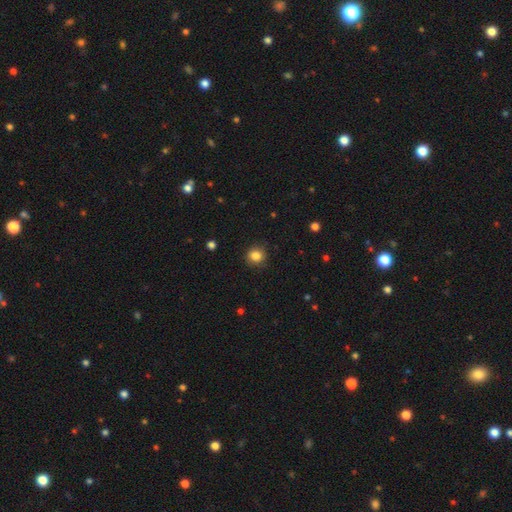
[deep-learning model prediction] Q: Smooth or featured?
A: smooth (85%); runner-up: star or artifact (11%)
Q: How rounded?
A: round (87%); runner-up: in between (12%)
Q: Merging?
A: none (88%); runner-up: minor disturbance (8%)